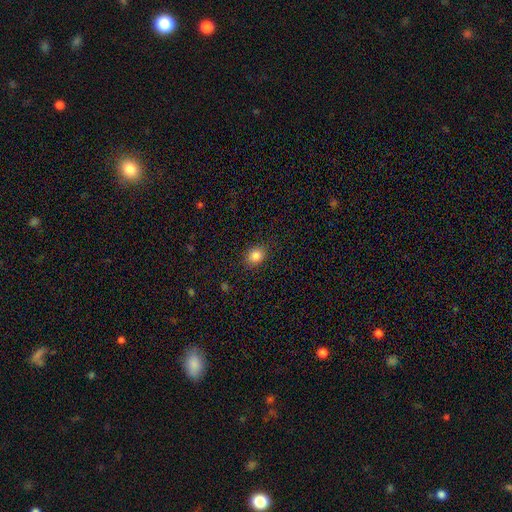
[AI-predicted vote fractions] smooth 84%, star or artifact 11%, featured or disk 5%. Down the decision tree: how rounded — round (58%); merging — none (87%).